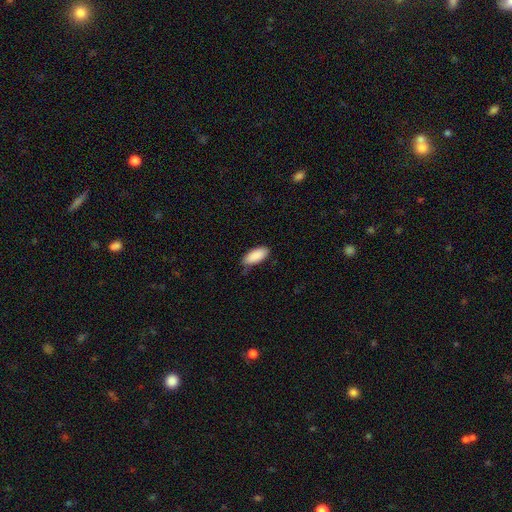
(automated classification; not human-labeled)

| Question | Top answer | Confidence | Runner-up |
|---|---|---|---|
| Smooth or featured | smooth | 90% | star or artifact (6%) |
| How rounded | in between | 88% | cigar-shaped (10%) |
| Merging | none | 74% | minor disturbance (21%) |